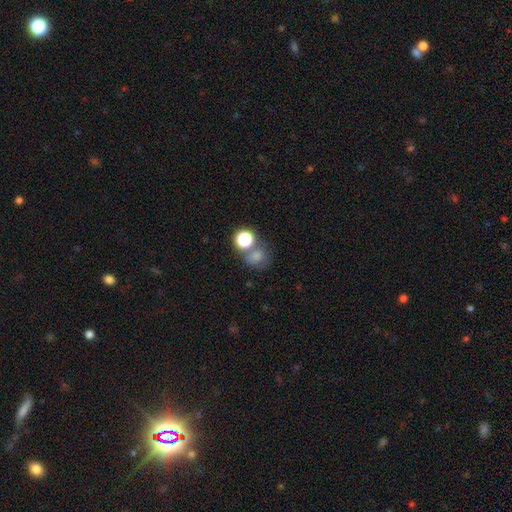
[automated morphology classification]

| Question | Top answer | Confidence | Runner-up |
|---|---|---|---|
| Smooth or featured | smooth | 72% | star or artifact (20%) |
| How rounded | round | 78% | in between (21%) |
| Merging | none | 52% | merger (30%) |